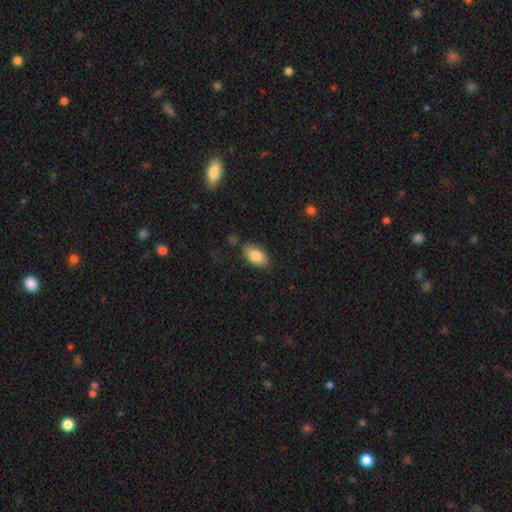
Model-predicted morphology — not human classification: smooth-or-featured: smooth: 86% | star or artifact: 7% | featured or disk: 7%
  how-rounded: in between: 93% | round: 5% | cigar-shaped: 2%
  merging: none: 76% | minor disturbance: 16% | major disturbance: 4% | merger: 3%